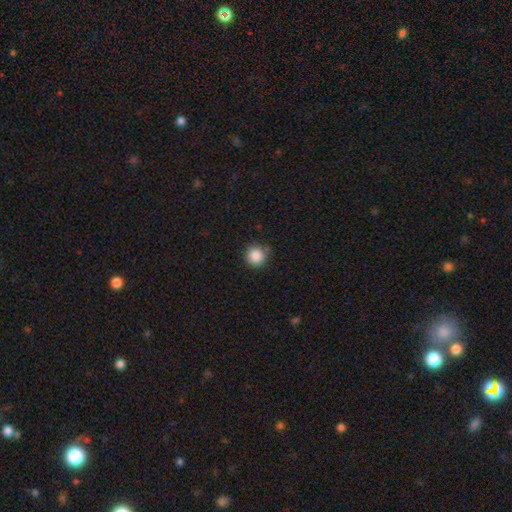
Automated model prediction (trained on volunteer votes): The model was most divided on "merging": none: 78%, minor disturbance: 16%, major disturbance: 3%, merger: 2%. More confident: how rounded — round (95%); smooth or featured — smooth (87%).